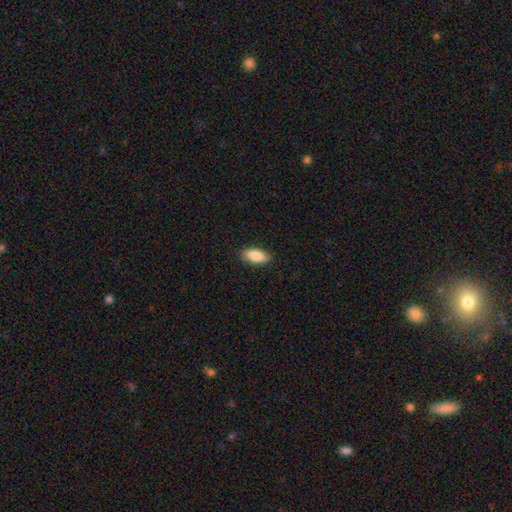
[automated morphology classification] smooth_or_featured: smooth (p=0.85) [alt: featured or disk p=0.09]
how_rounded: in between (p=0.86) [alt: cigar-shaped p=0.12]
merging: none (p=0.89) [alt: minor disturbance p=0.08]